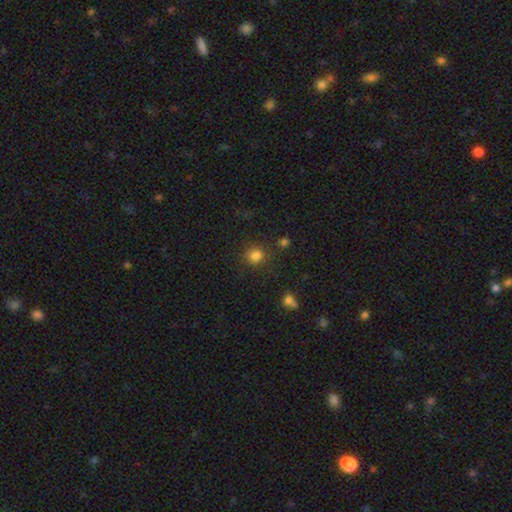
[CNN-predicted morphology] Overall: smooth (79%). How rounded: round (75%). Merging: none (74%).